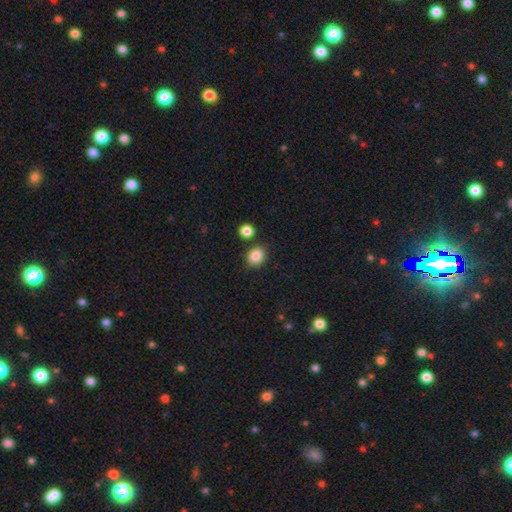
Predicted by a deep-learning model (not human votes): smooth-or-featured: smooth: 86% | star or artifact: 10% | featured or disk: 4%
  how-rounded: round: 64% | in between: 35% | cigar-shaped: 1%
  merging: none: 79% | minor disturbance: 10% | merger: 8% | major disturbance: 3%